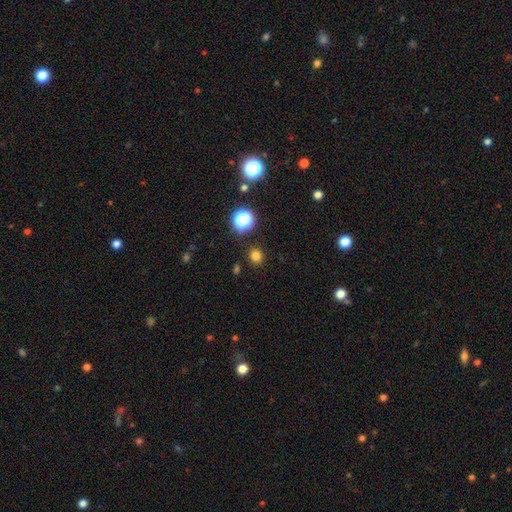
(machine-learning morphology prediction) Q: Smooth or featured?
A: smooth (78%); runner-up: star or artifact (18%)
Q: How rounded?
A: round (79%); runner-up: in between (20%)
Q: Merging?
A: none (89%); runner-up: minor disturbance (7%)